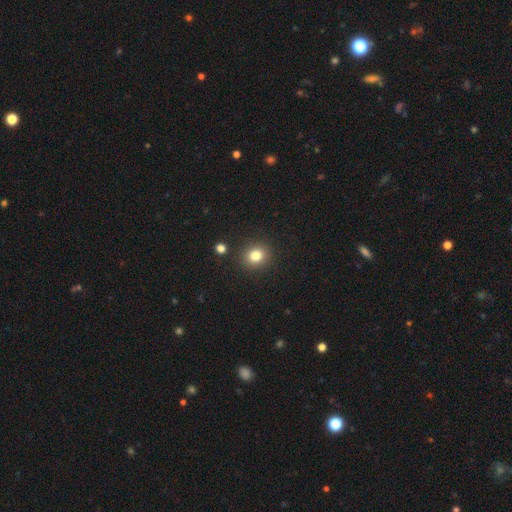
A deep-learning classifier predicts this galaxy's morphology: Overall: smooth (81%). How rounded: round (76%). Merging: none (89%).